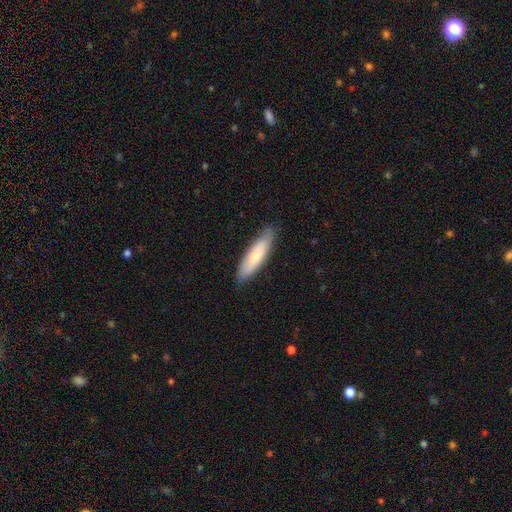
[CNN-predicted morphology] Smooth or featured: smooth — 71% (featured or disk — 23%)
How rounded: cigar-shaped — 70% (in between — 29%)
Merging: none — 84% (minor disturbance — 13%)